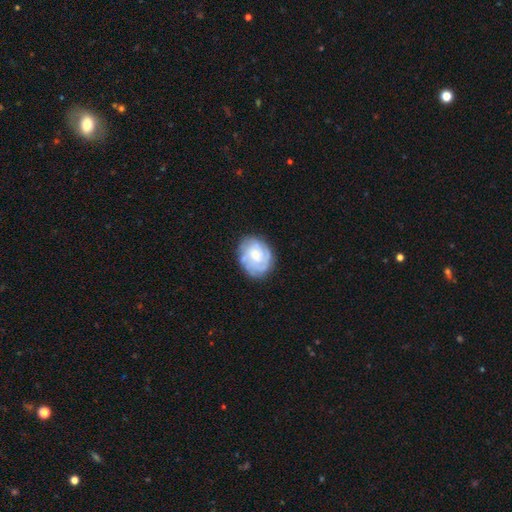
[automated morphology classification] Smooth or featured?
  - featured or disk: 61% *
  - smooth: 32%
  - star or artifact: 7%
Edge-on disk?
  - no: 98% *
  - yes: 2%
Bar?
  - no: 71% *
  - weak: 25%
  - strong: 4%
Spiral arms?
  - yes: 82% *
  - no: 18%
Bulge size?
  - moderate: 40% *
  - small: 32%
  - large: 14%
  - none: 12%
  - dominant: 2%
Merging?
  - none: 73% *
  - minor disturbance: 19%
  - major disturbance: 7%
  - merger: 2%